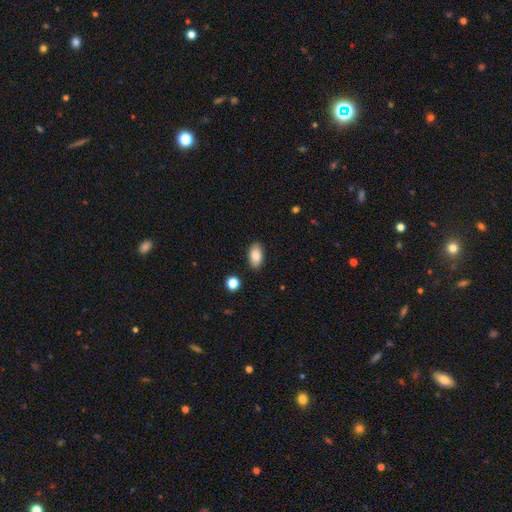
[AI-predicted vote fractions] smooth 85%, star or artifact 7%, featured or disk 7%. Down the decision tree: how rounded — in between (92%); merging — none (87%).